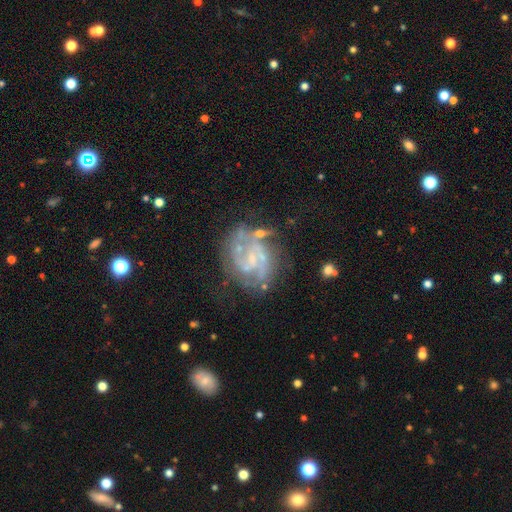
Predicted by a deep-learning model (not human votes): A featured or disk galaxy (80%) with a weak bar (44%), 2 (50%) medium (43%) spiral arms (87%) and a small central bulge (62%). Merging: none (61%).